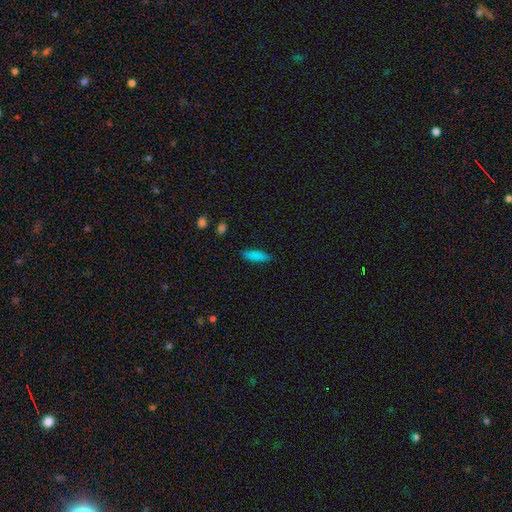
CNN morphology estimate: type=smooth (85%); roundness=cigar-shaped (63%); merging=none (87%).